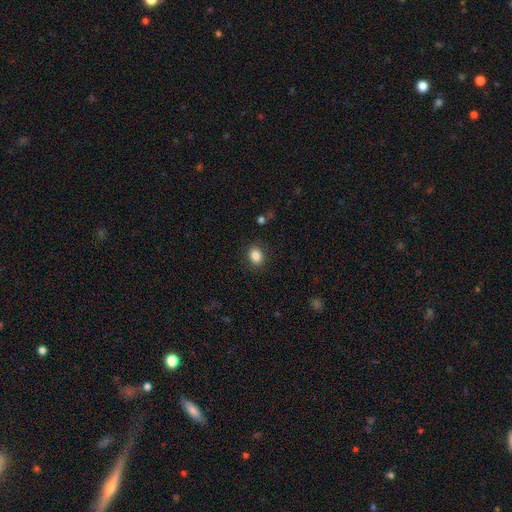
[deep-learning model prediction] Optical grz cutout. It shows a smooth galaxy with no disk features (84%) that is in between round and cigar-shaped (53%). Merging: none (88%).